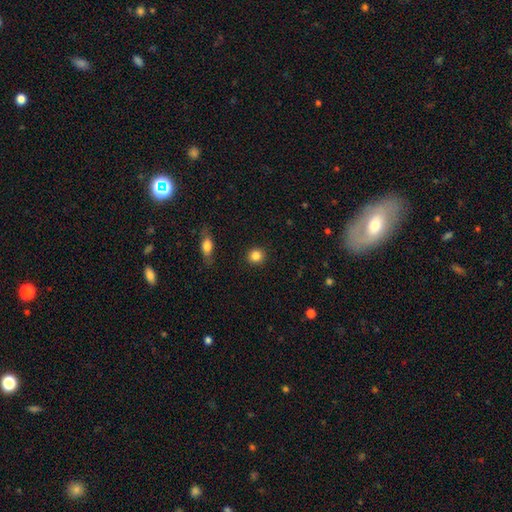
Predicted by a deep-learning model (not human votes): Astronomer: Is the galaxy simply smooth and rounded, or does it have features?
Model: smooth — 85%.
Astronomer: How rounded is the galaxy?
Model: round — 91%.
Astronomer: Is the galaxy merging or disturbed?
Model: none — 91%.